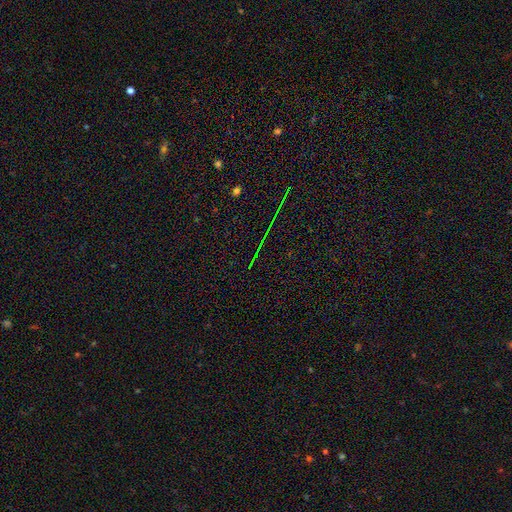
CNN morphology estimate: Smooth or featured? Predicted: star or artifact (p=0.79).